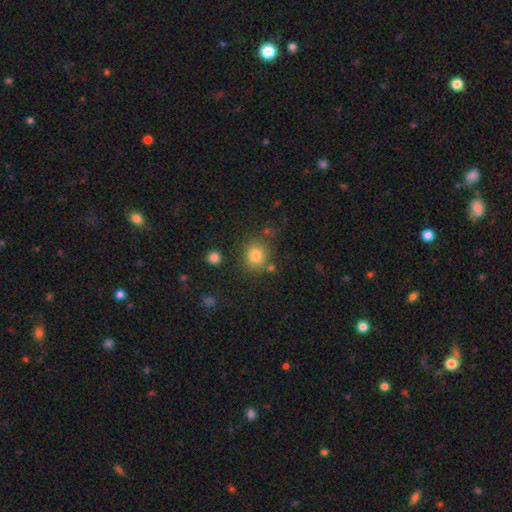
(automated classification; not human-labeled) The model was most divided on "how rounded": round: 80%, in between: 19%, cigar-shaped: 1%. More confident: smooth or featured — smooth (80%); merging — none (79%).